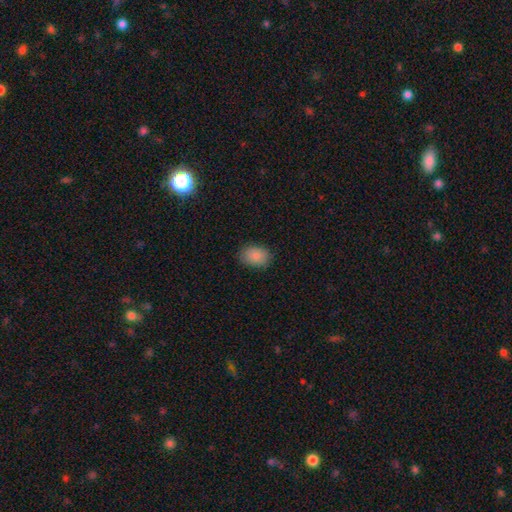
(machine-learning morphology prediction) type=smooth (87%); roundness=in between (78%); merging=none (86%).